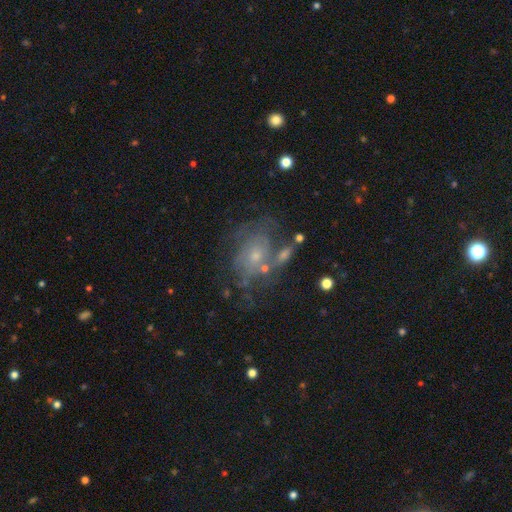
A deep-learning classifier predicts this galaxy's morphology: Smooth or featured? Predicted: featured or disk (p=0.67). Edge-on disk? Predicted: no (p=0.97). Bar? Predicted: no (p=0.79). Spiral arms? Predicted: yes (p=0.71). Bulge size? Predicted: small (p=0.64). Merging? Predicted: none (p=0.47).